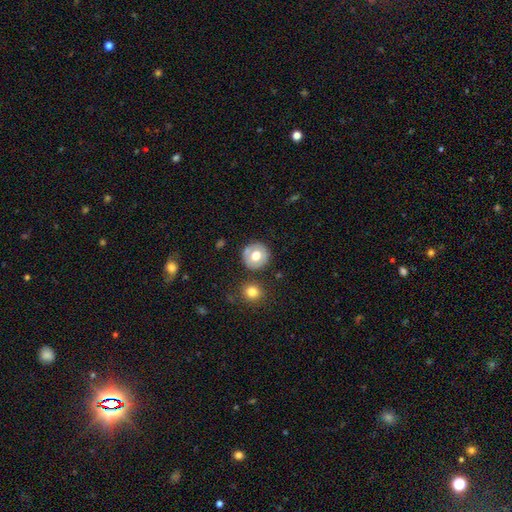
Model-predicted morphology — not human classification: Smooth or featured: smooth — 63% (featured or disk — 29%)
How rounded: round — 93% (in between — 6%)
Merging: none — 82% (minor disturbance — 10%)